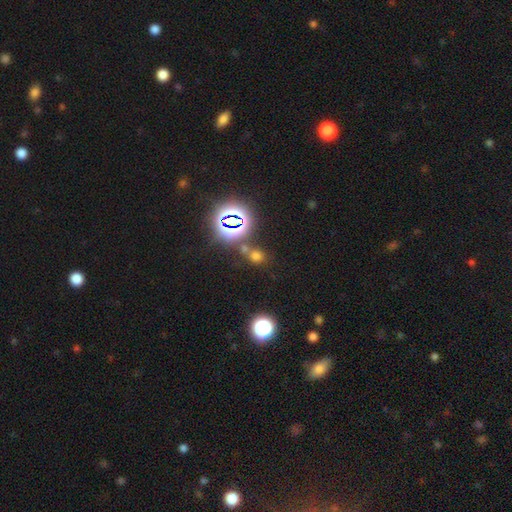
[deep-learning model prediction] smooth_or_featured: smooth (p=0.56) [alt: star or artifact p=0.37]
how_rounded: round (p=0.73) [alt: in between p=0.26]
merging: none (p=0.63) [alt: merger p=0.23]